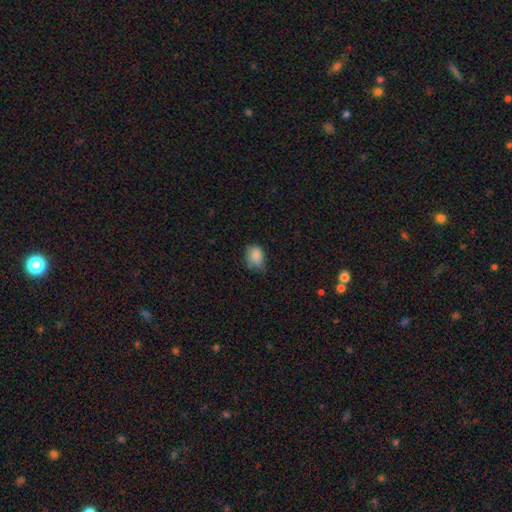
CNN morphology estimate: smooth 85%, star or artifact 9%, featured or disk 6%. Down the decision tree: how rounded — in between (70%); merging — none (48%).